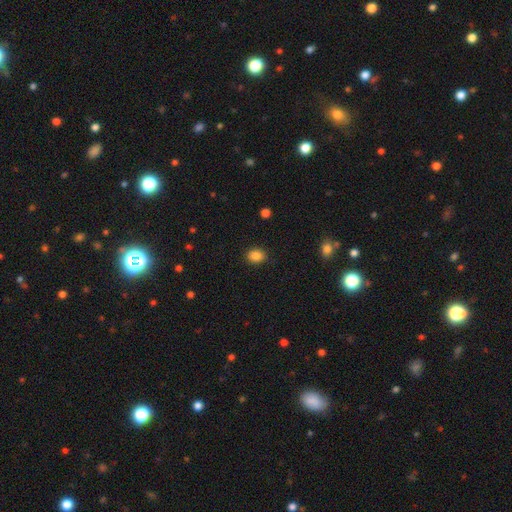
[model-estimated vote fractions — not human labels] smooth 86%, star or artifact 10%, featured or disk 4%. Down the decision tree: how rounded — in between (54%); merging — none (89%).